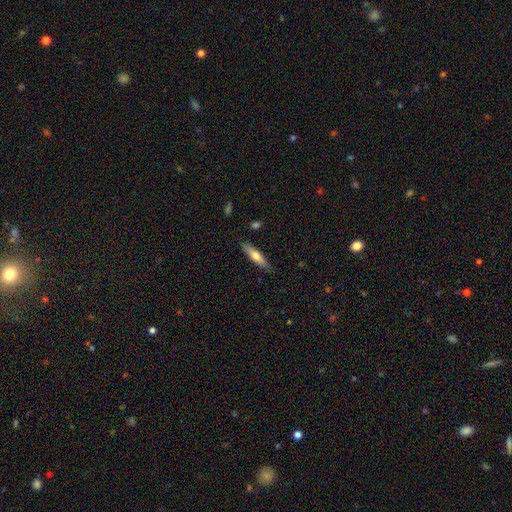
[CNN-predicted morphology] Smooth or featured? Predicted: smooth (p=0.59). How rounded? Predicted: cigar-shaped (p=0.76). Merging? Predicted: none (p=0.85).